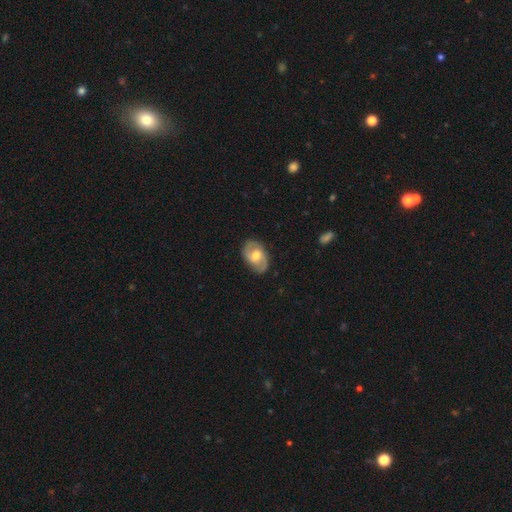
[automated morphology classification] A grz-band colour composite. It shows a featured or disk galaxy (68%) with a weak bar (49%), 2 (87%) medium (49%) spiral arms (83%) and a moderate central bulge (69%). Merging: none (82%).